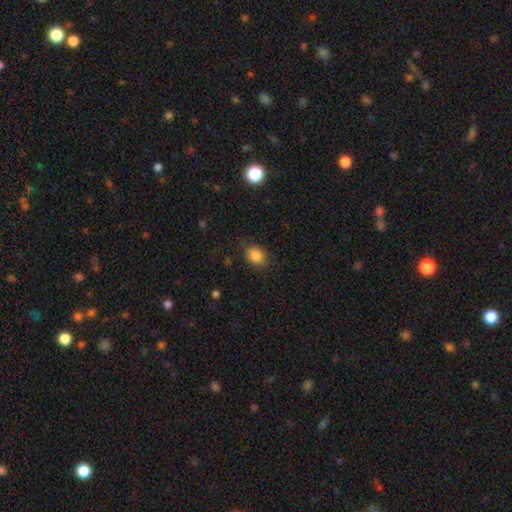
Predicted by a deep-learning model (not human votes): Smooth or featured? Predicted: smooth (p=0.85). How rounded? Predicted: in between (p=0.57). Merging? Predicted: none (p=0.82).